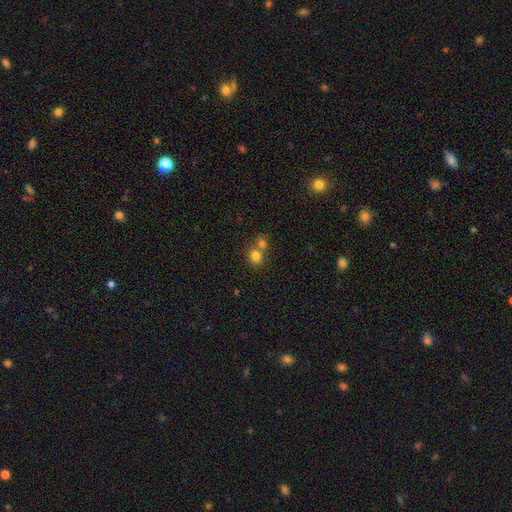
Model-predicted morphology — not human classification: Q: Smooth or featured?
A: smooth (80%); runner-up: star or artifact (12%)
Q: How rounded?
A: round (74%); runner-up: in between (26%)
Q: Merging?
A: merger (46%); runner-up: none (44%)